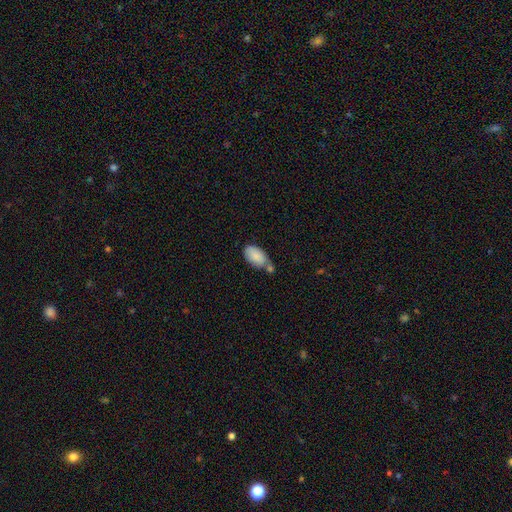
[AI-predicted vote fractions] Morphology: type=smooth (85%); roundness=in between (94%); merging=none (42%).